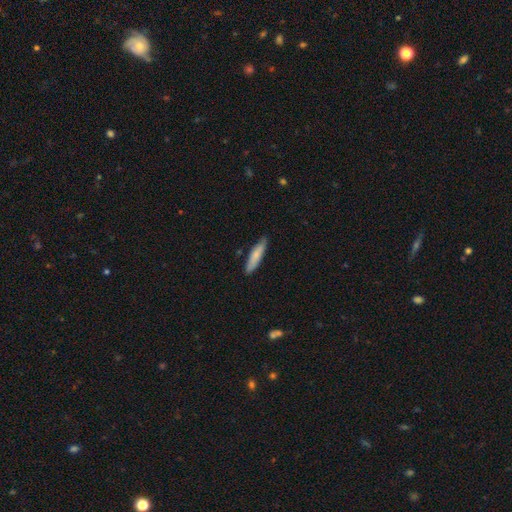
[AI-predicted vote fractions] smooth 77%, featured or disk 17%, star or artifact 5%. Down the decision tree: how rounded — cigar-shaped (78%); merging — none (81%).